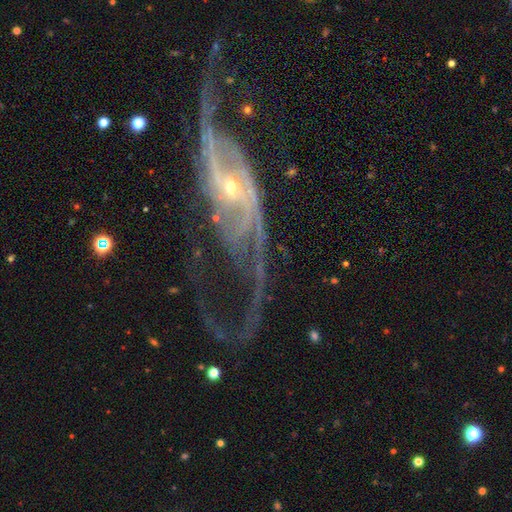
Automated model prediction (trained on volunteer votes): This appears to be a featured or disk galaxy (90%) with no bar (41%), 2 (81%) loose (55%) spiral arms (96%) and a small central bulge (64%). Merging: none (54%).